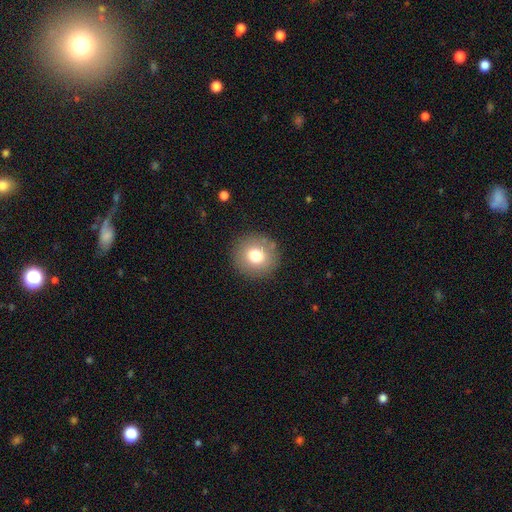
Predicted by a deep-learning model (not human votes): smooth_or_featured: smooth (p=0.75) [alt: featured or disk p=0.13]
how_rounded: round (p=0.92) [alt: in between p=0.07]
merging: none (p=0.88) [alt: minor disturbance p=0.08]